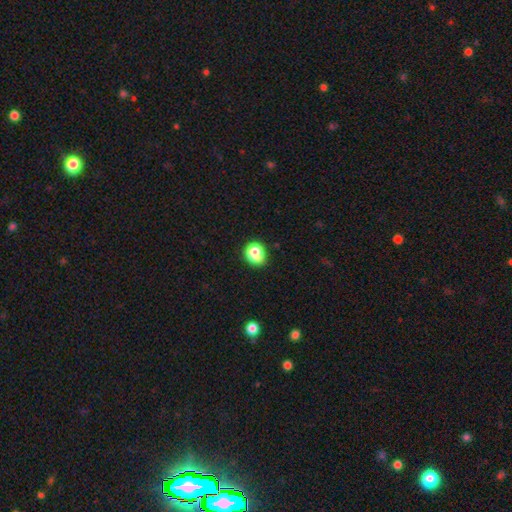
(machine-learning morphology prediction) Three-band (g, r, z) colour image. It shows a smooth galaxy with no disk features (82%) that is round (58%). Merging: none (68%).